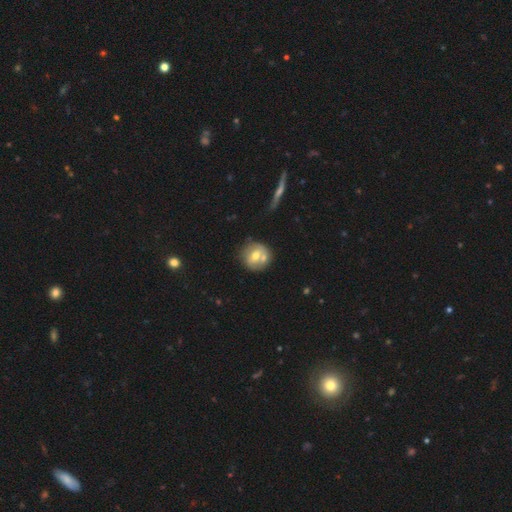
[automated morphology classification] The model was most divided on "smooth or featured": smooth: 56%, featured or disk: 35%, star or artifact: 8%. More confident: how rounded — round (87%); merging — none (54%).